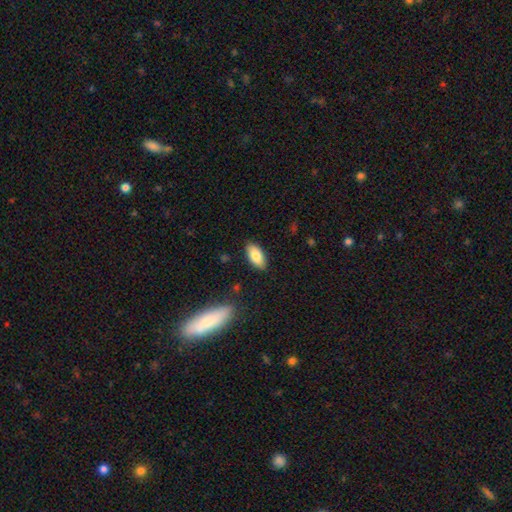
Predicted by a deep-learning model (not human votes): This is clearly a smooth galaxy (82%). How rounded: clearly in between (90%). Merging: clearly none (87%).